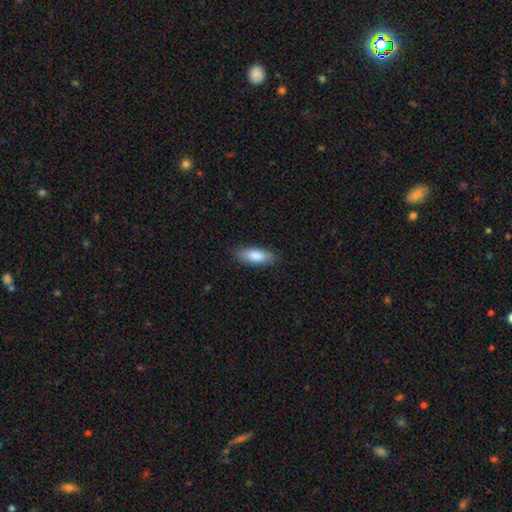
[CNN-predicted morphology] A smooth galaxy with no disk features (84%) that is in between round and cigar-shaped (70%).

Vote fractions:
- Smooth or featured? smooth: 84% / featured or disk: 10% / star or artifact: 6%
- How rounded? in between: 70% / cigar-shaped: 28% / round: 2%
- Merging? none: 85% / minor disturbance: 12% / major disturbance: 3% / merger: 1%